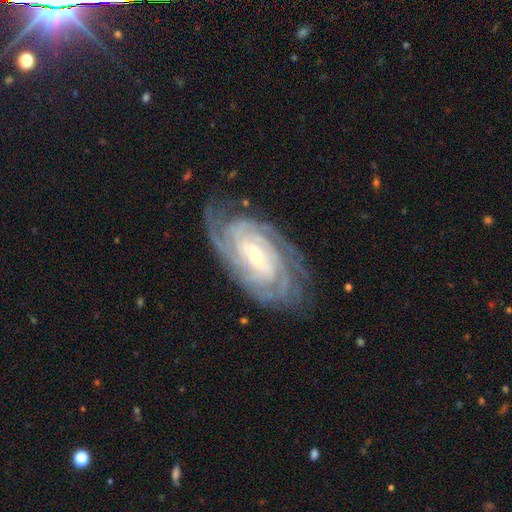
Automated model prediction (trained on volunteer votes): Smooth or featured? Predicted: featured or disk (p=0.92). Edge-on disk? Predicted: no (p=0.96). Bar? Predicted: weak (p=0.39). Spiral arms? Predicted: yes (p=0.98). Spiral winding? Predicted: tight (p=0.79). Spiral arm count? Predicted: 4 (p=0.35). Bulge size? Predicted: small (p=0.69). Merging? Predicted: none (p=0.79).